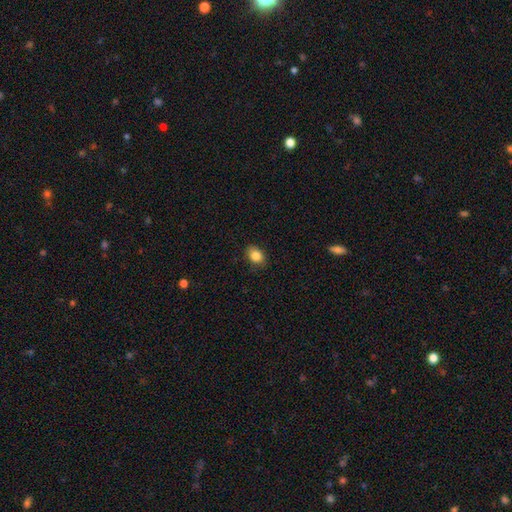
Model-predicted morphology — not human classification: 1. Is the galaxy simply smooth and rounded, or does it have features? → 84% smooth, 9% star or artifact, 6% featured or disk.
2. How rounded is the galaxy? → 65% in between, 34% round, 1% cigar-shaped.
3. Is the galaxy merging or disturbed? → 84% none, 12% minor disturbance, 2% major disturbance, 1% merger.